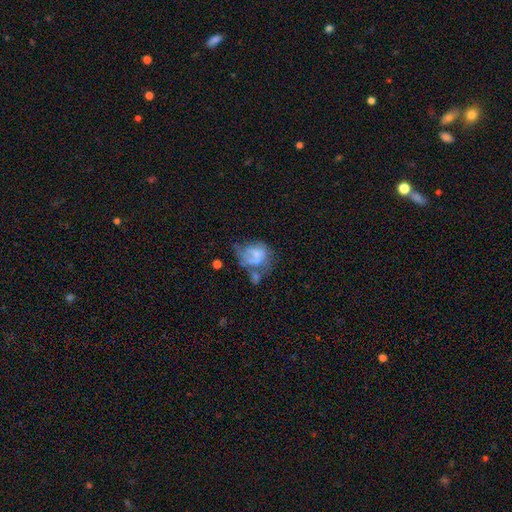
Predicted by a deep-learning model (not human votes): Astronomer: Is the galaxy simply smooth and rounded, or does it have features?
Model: smooth — 46% (runner-up: featured or disk, 43%).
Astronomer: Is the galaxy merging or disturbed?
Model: major disturbance — 35% (runner-up: merger, 26%).